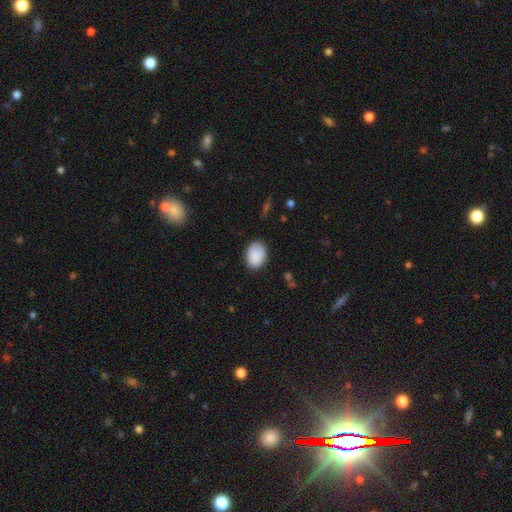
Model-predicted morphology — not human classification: A smooth galaxy with no disk features (89%) that is in between round and cigar-shaped (77%). Merging: none (80%).